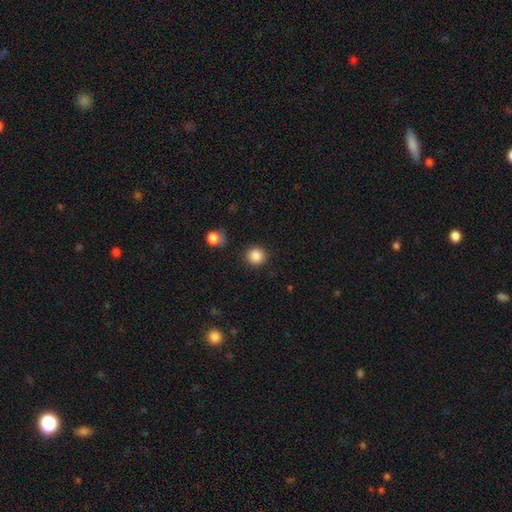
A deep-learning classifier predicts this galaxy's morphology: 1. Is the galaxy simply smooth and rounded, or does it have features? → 87% smooth, 10% star or artifact, 3% featured or disk.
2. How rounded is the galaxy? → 92% round, 8% in between, 1% cigar-shaped.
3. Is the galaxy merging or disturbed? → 88% none, 7% minor disturbance, 3% major disturbance, 2% merger.